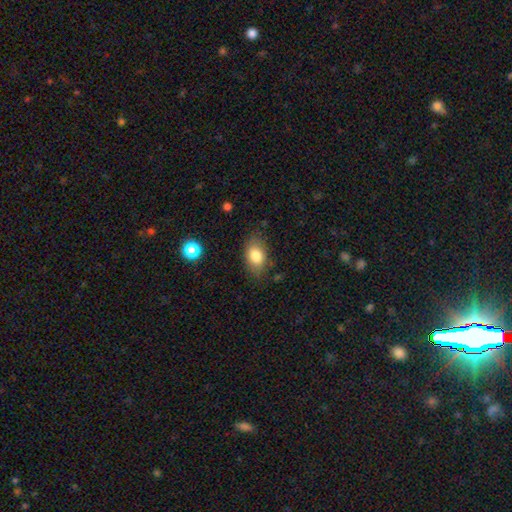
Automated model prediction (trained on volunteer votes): The model was most divided on "merging": none: 76%, minor disturbance: 17%, major disturbance: 5%, merger: 2%. More confident: how rounded — in between (87%); smooth or featured — smooth (82%).